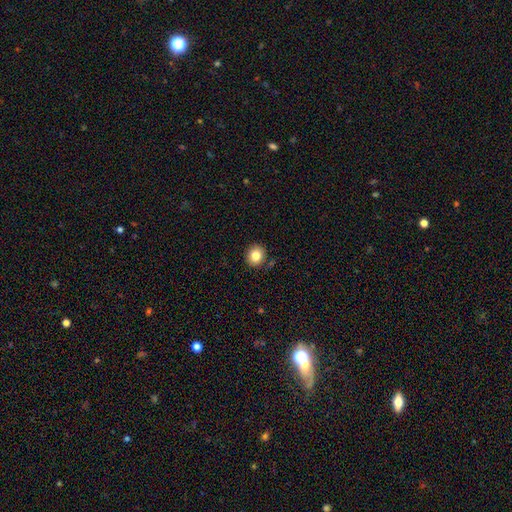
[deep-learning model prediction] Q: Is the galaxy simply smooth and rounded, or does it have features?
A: smooth — 82%.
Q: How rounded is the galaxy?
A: round — 80%.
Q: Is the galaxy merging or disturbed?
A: none — 88%.